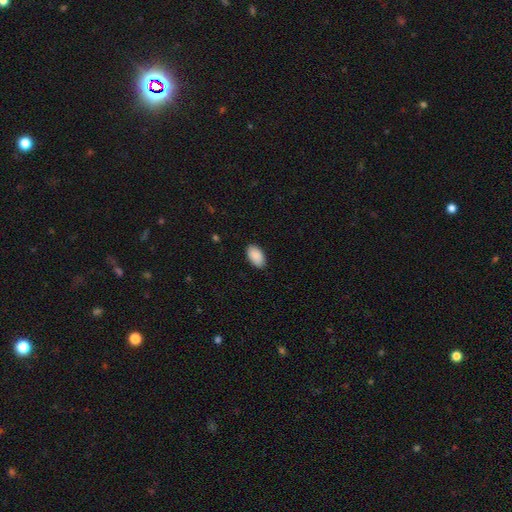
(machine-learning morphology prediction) smooth_or_featured: smooth (p=0.90) [alt: star or artifact p=0.06]
how_rounded: in between (p=0.95) [alt: round p=0.04]
merging: none (p=0.85) [alt: minor disturbance p=0.11]